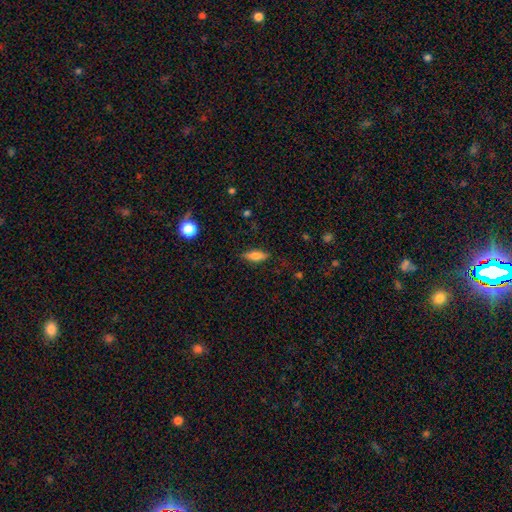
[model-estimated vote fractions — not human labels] This appears to be a smooth galaxy with no disk features (66%) that is in between round and cigar-shaped (54%). Merging: none (84%).